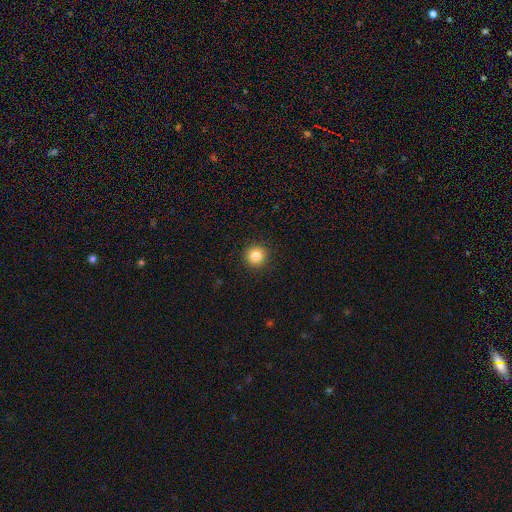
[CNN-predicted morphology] smooth_or_featured: smooth (p=0.86) [alt: star or artifact p=0.10]
how_rounded: round (p=0.95) [alt: in between p=0.04]
merging: none (p=0.92) [alt: minor disturbance p=0.05]